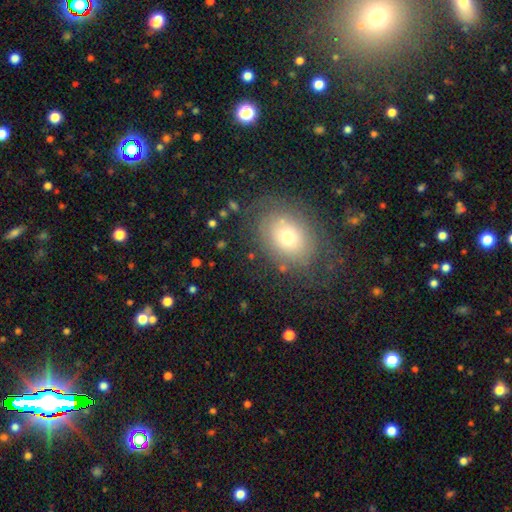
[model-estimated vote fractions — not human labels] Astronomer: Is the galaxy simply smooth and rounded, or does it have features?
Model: smooth — 46% (runner-up: star or artifact, 34%).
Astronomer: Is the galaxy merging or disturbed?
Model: none — 85%.